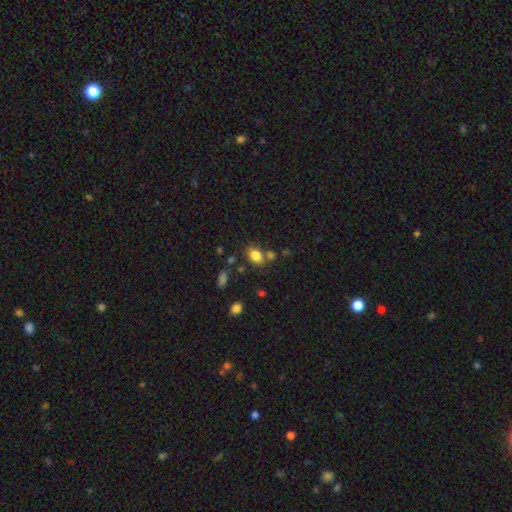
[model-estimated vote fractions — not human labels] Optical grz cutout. It shows a smooth galaxy with no disk features (83%) that is in between round and cigar-shaped (79%). Merging: none (68%).